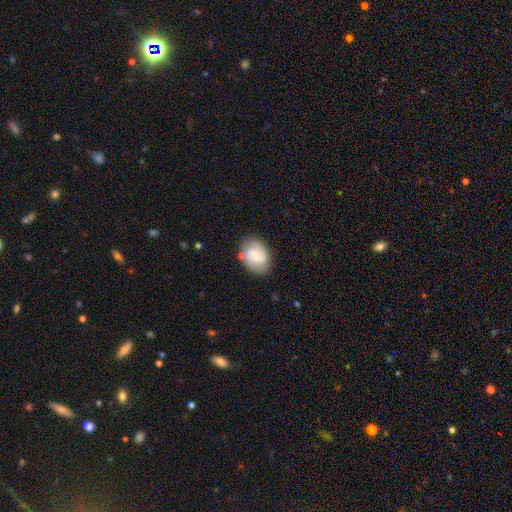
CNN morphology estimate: type=smooth (50%); merging=none (74%).